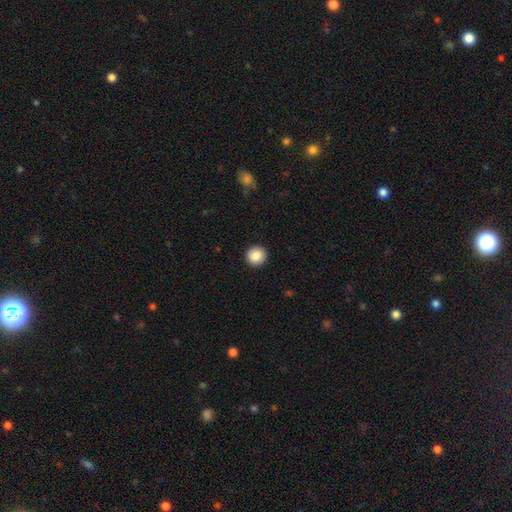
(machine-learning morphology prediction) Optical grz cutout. It shows a smooth galaxy with no disk features (88%) that is round (95%). Merging: none (93%).